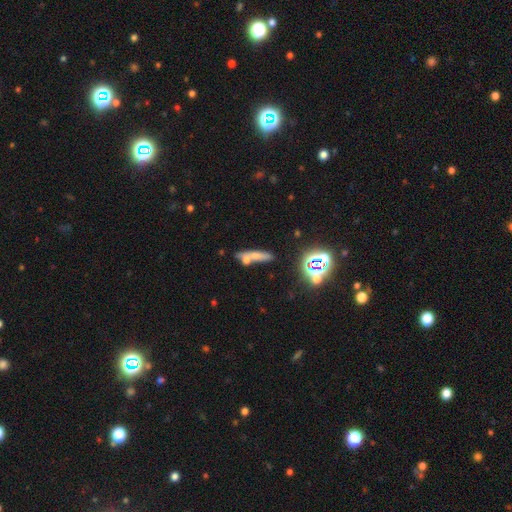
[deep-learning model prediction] Smooth or featured: smooth — 55% (featured or disk — 25%)
How rounded: cigar-shaped — 66% (in between — 25%)
Merging: none — 49% (merger — 30%)